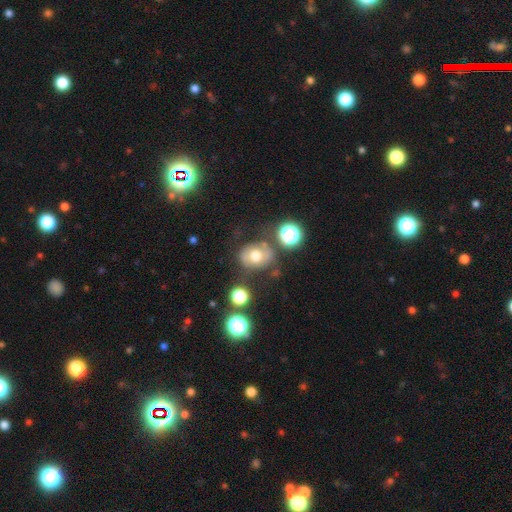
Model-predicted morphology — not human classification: smooth_or_featured: smooth (p=0.60) [alt: featured or disk p=0.26]
how_rounded: round (p=0.56) [alt: in between p=0.43]
merging: none (p=0.65) [alt: minor disturbance p=0.19]